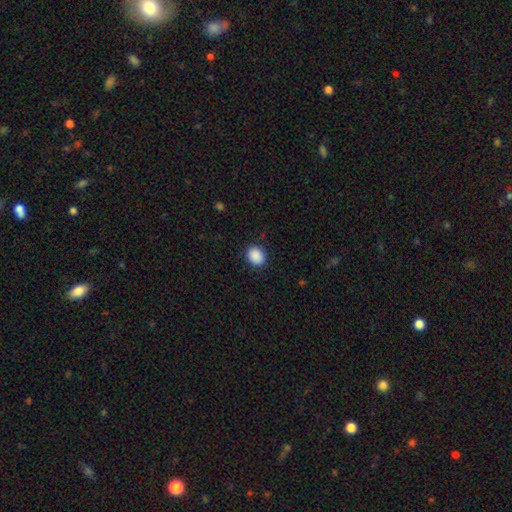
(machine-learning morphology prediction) Smooth or featured: smooth — 90% (star or artifact — 8%)
How rounded: round — 55% (in between — 44%)
Merging: none — 89% (minor disturbance — 7%)